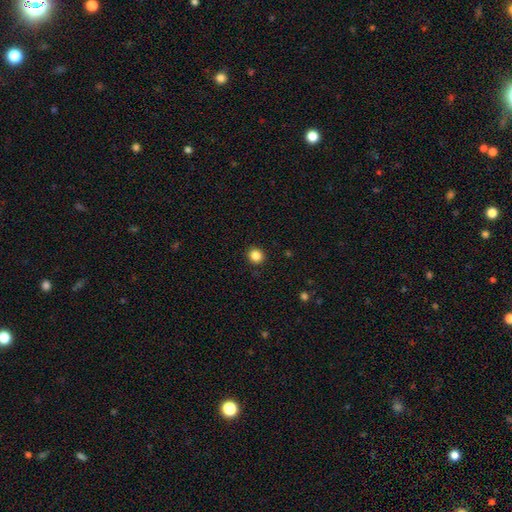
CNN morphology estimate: type=smooth (85%); roundness=round (88%); merging=none (91%).